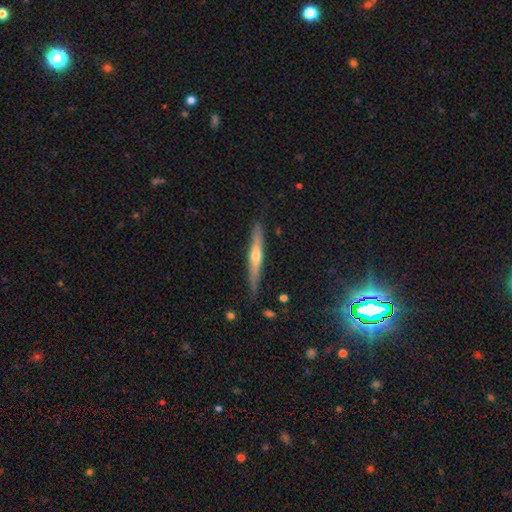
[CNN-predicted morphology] Smooth or featured?
  - featured or disk: 62% *
  - smooth: 31%
  - star or artifact: 6%
Edge-on disk?
  - yes: 96% *
  - no: 4%
Edge-on bulge?
  - rounded: 84% *
  - none: 13%
  - boxy: 3%
Merging?
  - none: 87% *
  - minor disturbance: 10%
  - major disturbance: 2%
  - merger: 1%